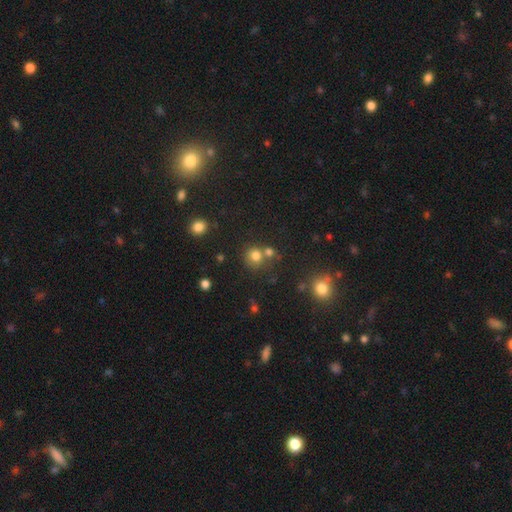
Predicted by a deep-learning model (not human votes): Smooth or featured? smooth (76%)
How rounded? round (85%)
Merging? none (57%)